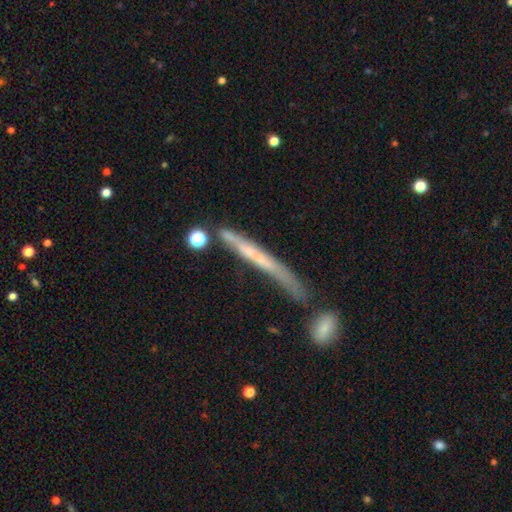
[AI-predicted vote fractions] This is possibly a featured or disk galaxy (57%). It is clearly viewed edge-on (88%). Merging: possibly none (56%).